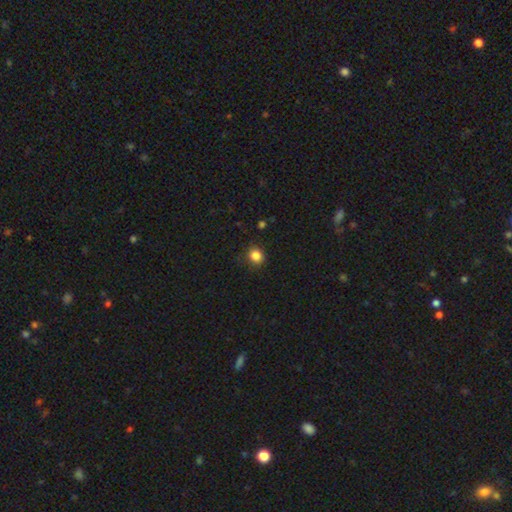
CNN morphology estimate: Smooth or featured? smooth (85%)
How rounded? round (78%)
Merging? none (84%)